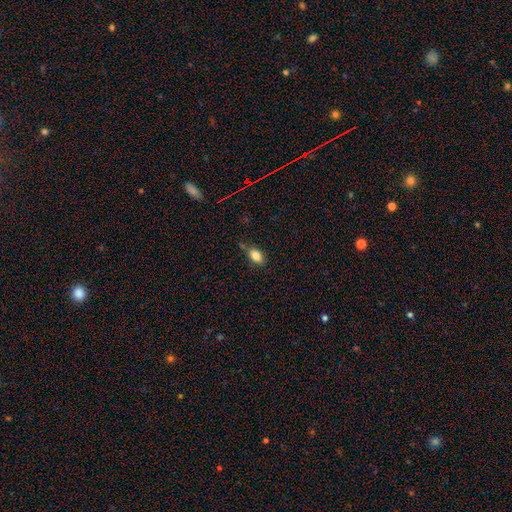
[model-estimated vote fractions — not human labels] smooth 84%, star or artifact 9%, featured or disk 7%. Down the decision tree: how rounded — in between (89%); merging — none (73%).